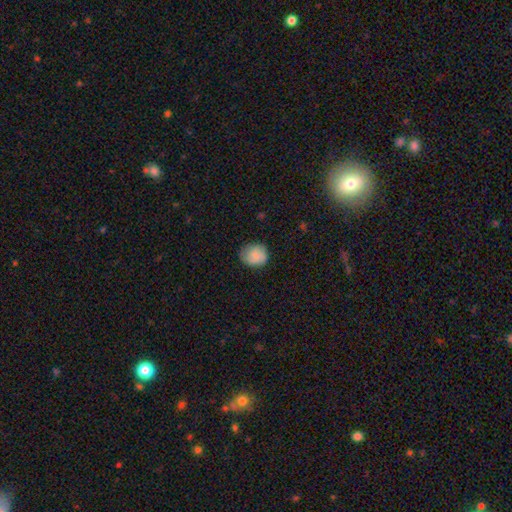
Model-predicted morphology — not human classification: Overall: smooth (83%). How rounded: round (75%). Merging: none (68%).